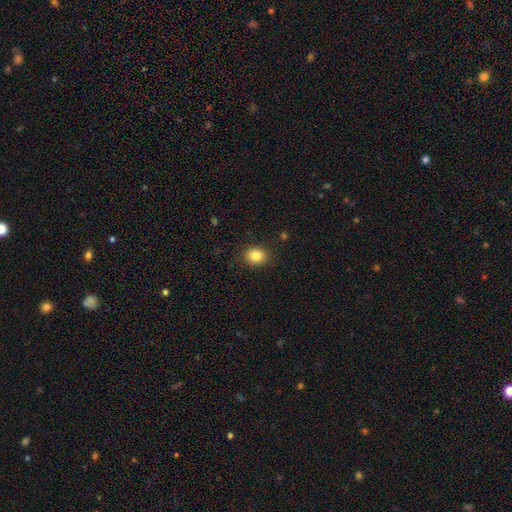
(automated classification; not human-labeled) smooth-or-featured: smooth: 84% | star or artifact: 10% | featured or disk: 6%
  how-rounded: round: 61% | in between: 38% | cigar-shaped: 1%
  merging: none: 89% | minor disturbance: 8% | major disturbance: 2% | merger: 1%